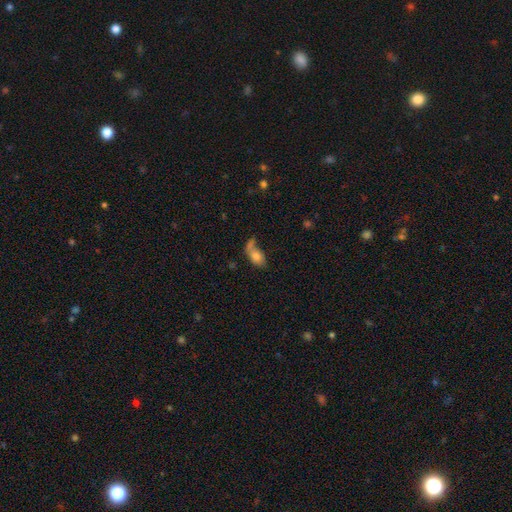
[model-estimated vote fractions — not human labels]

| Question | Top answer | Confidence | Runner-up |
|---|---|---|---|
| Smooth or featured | smooth | 74% | featured or disk (17%) |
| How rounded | in between | 85% | round (11%) |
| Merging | none | 34% | merger (33%) |